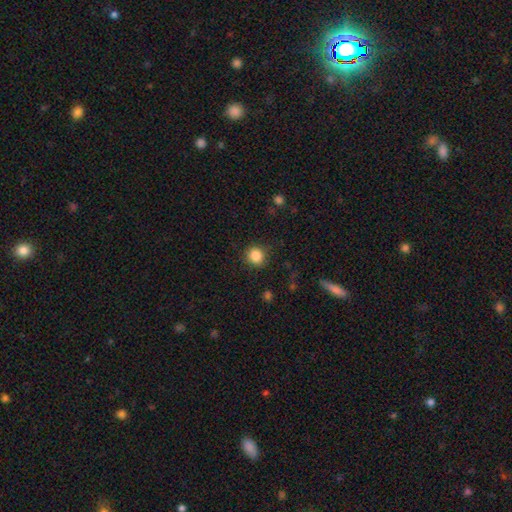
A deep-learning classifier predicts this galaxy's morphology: Q: Smooth or featured?
A: smooth (86%); runner-up: star or artifact (10%)
Q: How rounded?
A: round (86%); runner-up: in between (13%)
Q: Merging?
A: none (86%); runner-up: minor disturbance (10%)